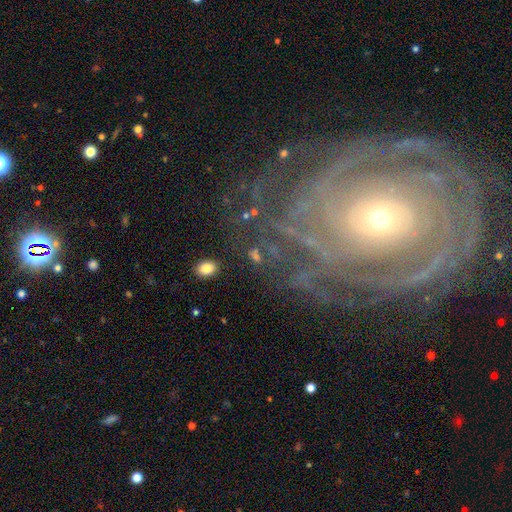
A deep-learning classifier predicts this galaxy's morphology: smooth-or-featured: smooth: 45% | featured or disk: 36% | star or artifact: 19%
  merging: none: 80% | minor disturbance: 11% | major disturbance: 6% | merger: 3%